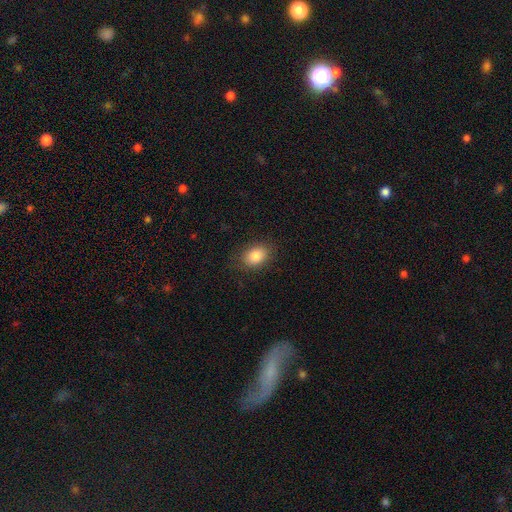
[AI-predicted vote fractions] smooth-or-featured: smooth: 84% | star or artifact: 9% | featured or disk: 7%
  how-rounded: in between: 74% | round: 25% | cigar-shaped: 1%
  merging: none: 84% | minor disturbance: 12% | major disturbance: 3% | merger: 1%